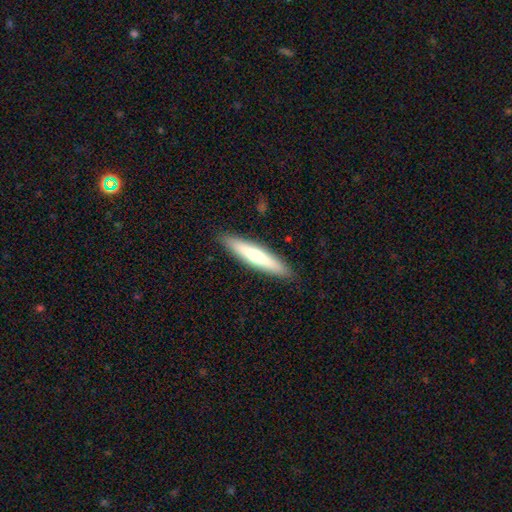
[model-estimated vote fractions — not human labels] A smooth galaxy with no disk features (57%) that is cigar-shaped (88%).

Vote fractions:
- Smooth or featured? smooth: 57% / featured or disk: 38% / star or artifact: 5%
- How rounded? cigar-shaped: 88% / in between: 11% / round: 1%
- Merging? none: 90% / minor disturbance: 7% / major disturbance: 2% / merger: 1%